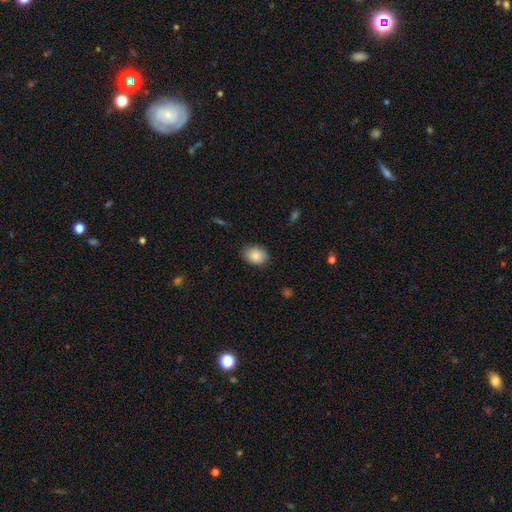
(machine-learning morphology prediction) Overall: smooth (88%). How rounded: in between (60%; round 39%). Merging: none (83%).